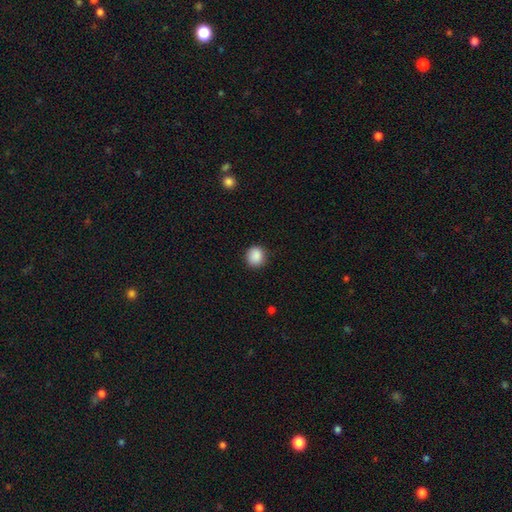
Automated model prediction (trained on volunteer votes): smooth_or_featured: smooth (p=0.89) [alt: star or artifact p=0.09]
how_rounded: round (p=0.85) [alt: in between p=0.14]
merging: none (p=0.86) [alt: minor disturbance p=0.10]